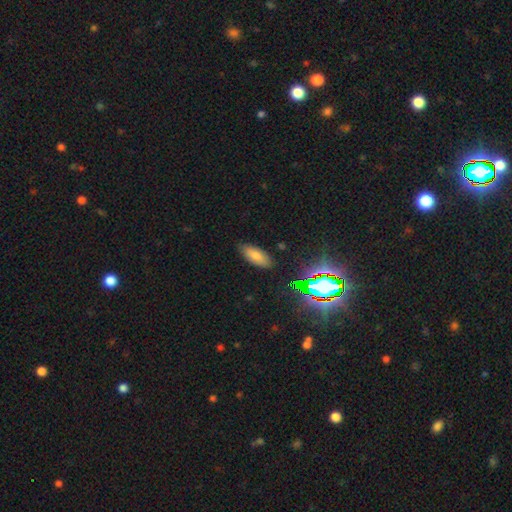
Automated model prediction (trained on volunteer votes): Smooth or featured? Predicted: smooth (p=0.75). How rounded? Predicted: in between (p=0.84). Merging? Predicted: none (p=0.85).